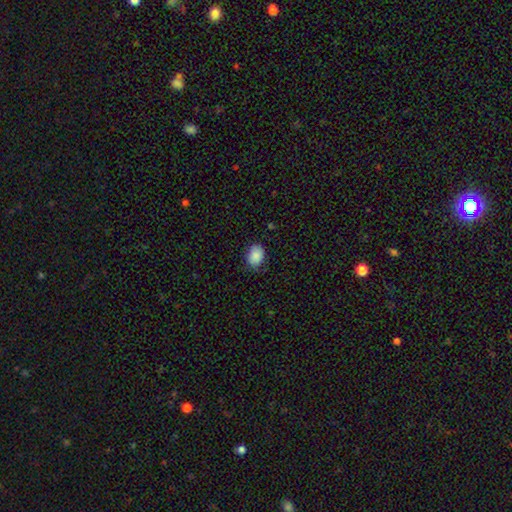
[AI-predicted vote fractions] smooth 88%, star or artifact 8%, featured or disk 5%. Down the decision tree: how rounded — in between (70%); merging — none (78%).